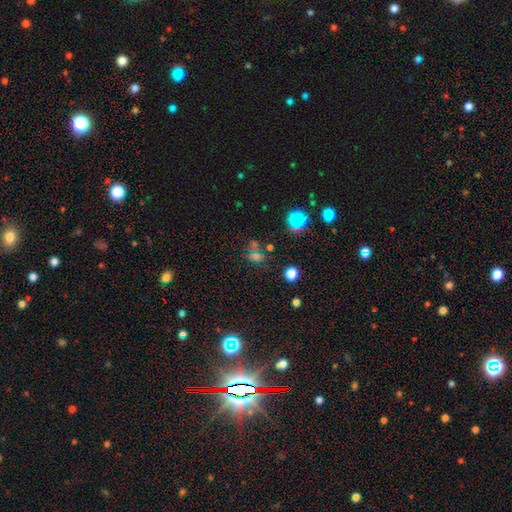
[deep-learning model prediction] Smooth or featured?
  - star or artifact: 44% *
  - smooth: 43%
  - featured or disk: 13%